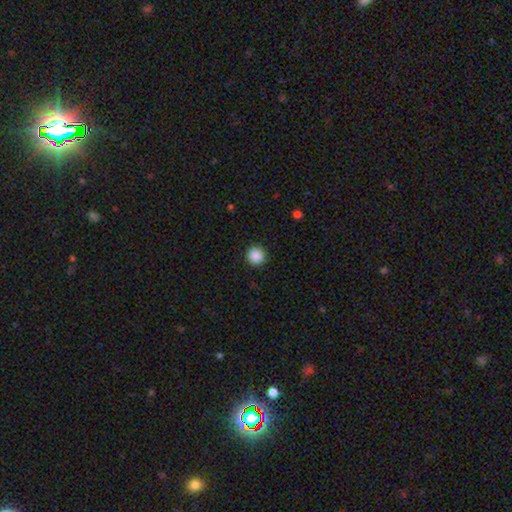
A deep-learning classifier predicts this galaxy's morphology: The model was most divided on "smooth or featured": smooth: 88%, star or artifact: 9%, featured or disk: 2%. More confident: how rounded — round (95%); merging — none (92%).